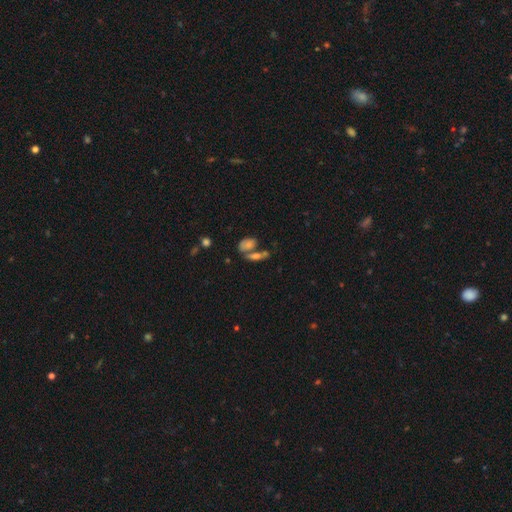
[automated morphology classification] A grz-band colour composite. It shows a smooth galaxy with no disk features (59%) that is in between round and cigar-shaped (67%). Merging: merger (42%).